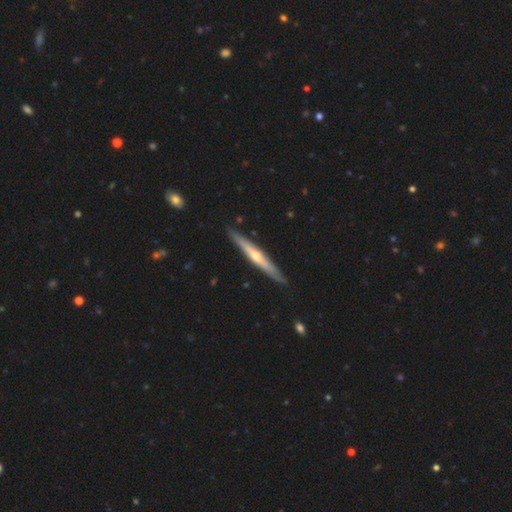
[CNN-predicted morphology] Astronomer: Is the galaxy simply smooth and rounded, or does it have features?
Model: featured or disk — 70%.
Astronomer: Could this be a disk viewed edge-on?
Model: yes — 96%.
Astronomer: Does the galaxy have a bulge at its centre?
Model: rounded — 82%.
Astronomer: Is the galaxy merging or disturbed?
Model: none — 90%.